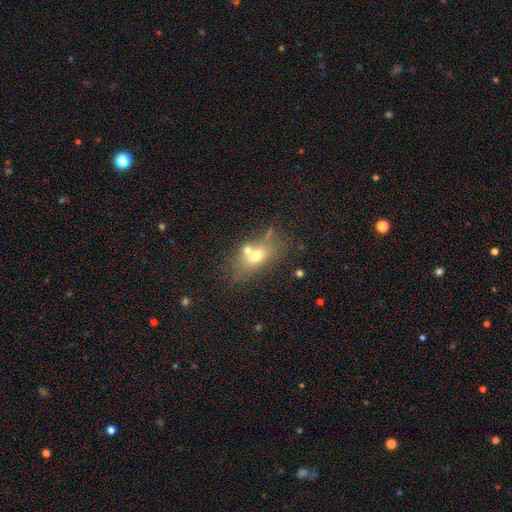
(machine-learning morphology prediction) Smooth or featured?
  - smooth: 59% *
  - featured or disk: 28%
  - star or artifact: 13%
How rounded?
  - in between: 76% *
  - round: 18%
  - cigar-shaped: 7%
Merging?
  - none: 47% *
  - merger: 32%
  - minor disturbance: 14%
  - major disturbance: 7%